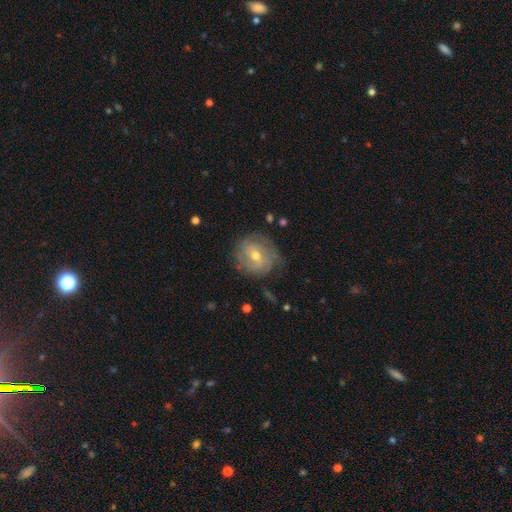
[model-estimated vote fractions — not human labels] This appears to be a featured or disk galaxy (72%) with a weak bar (47%), tight (62%) spiral arms (85%) and a moderate central bulge (66%). Merging: none (68%).